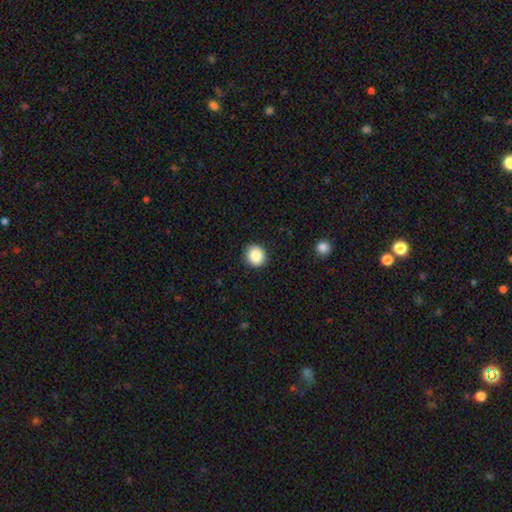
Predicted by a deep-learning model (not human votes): Smooth or featured?
  - smooth: 87% *
  - star or artifact: 9%
  - featured or disk: 4%
How rounded?
  - round: 86% *
  - in between: 13%
  - cigar-shaped: 1%
Merging?
  - none: 91% *
  - minor disturbance: 6%
  - major disturbance: 2%
  - merger: 1%